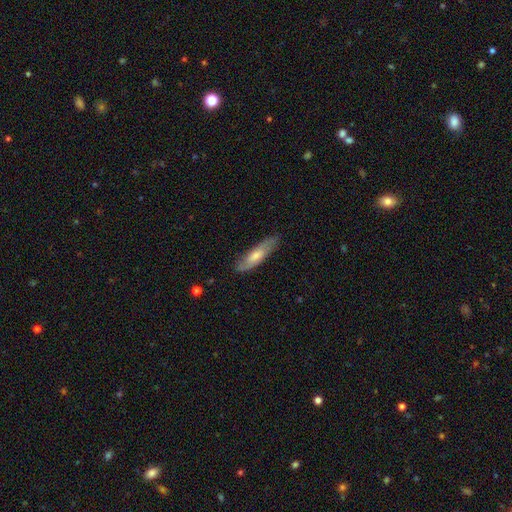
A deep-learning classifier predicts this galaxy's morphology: Smooth or featured?
  - smooth: 49% *
  - featured or disk: 45%
  - star or artifact: 6%
Merging?
  - none: 80% *
  - minor disturbance: 15%
  - major disturbance: 3%
  - merger: 1%